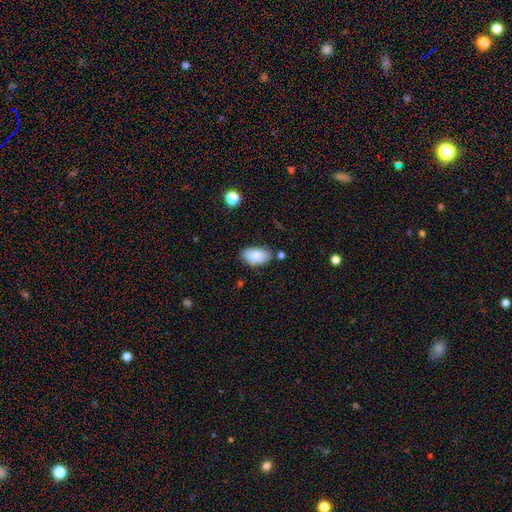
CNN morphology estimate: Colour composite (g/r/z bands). It shows a smooth galaxy with no disk features (86%) that is in between round and cigar-shaped (94%). Merging: none (72%).